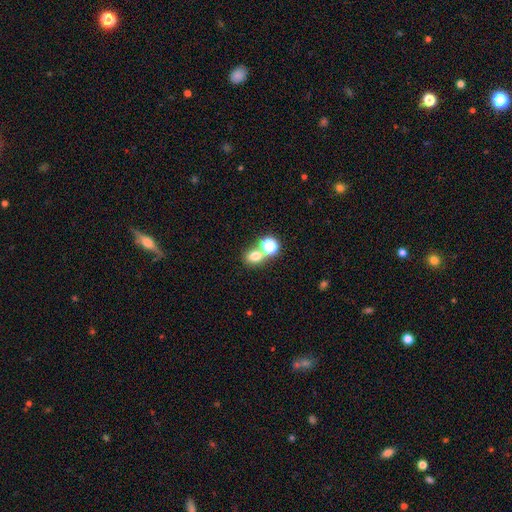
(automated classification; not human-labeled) The model was most divided on "how rounded": round: 57%, in between: 42%, cigar-shaped: 1%. More confident: smooth or featured — smooth (70%); merging — none (53%).